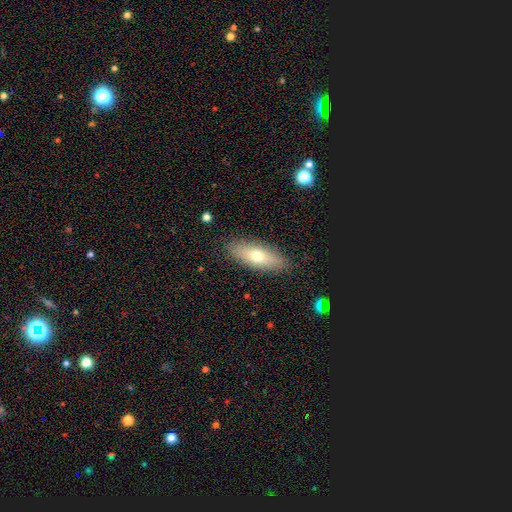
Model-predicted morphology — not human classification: A smooth galaxy with no disk features (58%) that is in between round and cigar-shaped (57%).

Vote fractions:
- Smooth or featured? smooth: 58% / featured or disk: 29% / star or artifact: 12%
- How rounded? in between: 57% / cigar-shaped: 39% / round: 4%
- Merging? none: 88% / minor disturbance: 9% / major disturbance: 2% / merger: 1%